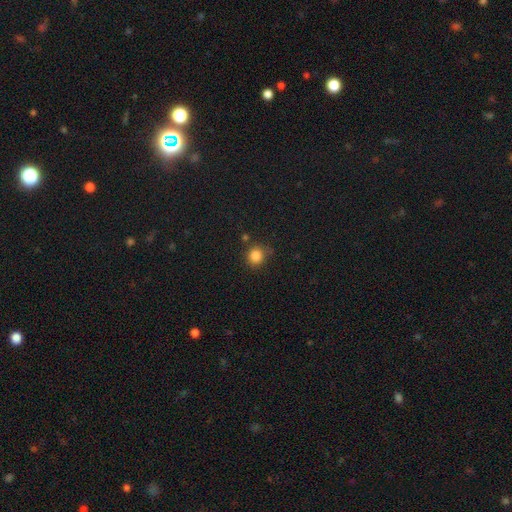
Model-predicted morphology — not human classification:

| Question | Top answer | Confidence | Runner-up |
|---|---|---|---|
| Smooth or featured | smooth | 84% | star or artifact (12%) |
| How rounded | round | 86% | in between (13%) |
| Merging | none | 78% | minor disturbance (14%) |